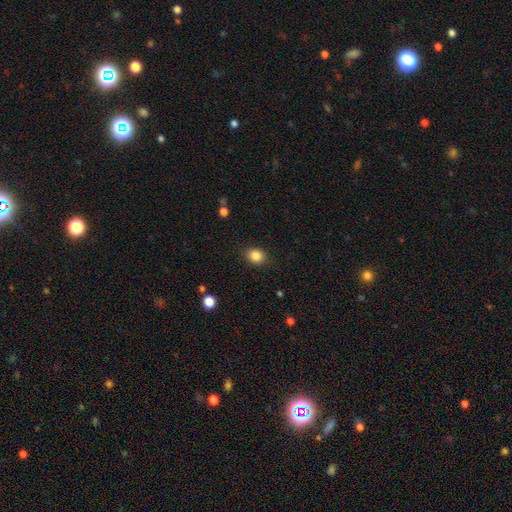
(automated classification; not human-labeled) A smooth galaxy with no disk features (85%) that is round (66%).

Vote fractions:
- Smooth or featured? smooth: 85% / star or artifact: 10% / featured or disk: 4%
- How rounded? round: 66% / in between: 33% / cigar-shaped: 1%
- Merging? none: 87% / minor disturbance: 9% / major disturbance: 3% / merger: 1%